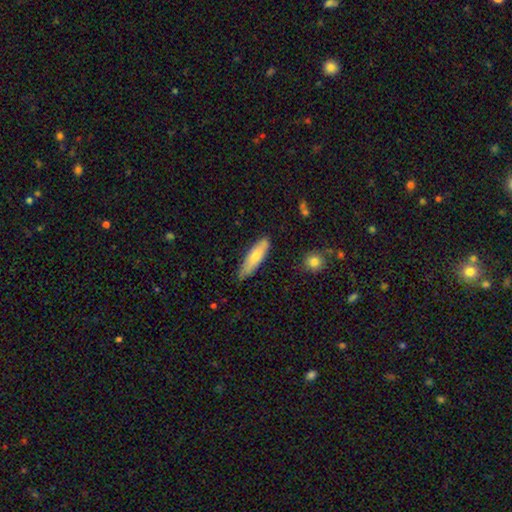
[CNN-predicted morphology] Smooth or featured? Predicted: smooth (p=0.71). How rounded? Predicted: cigar-shaped (p=0.61). Merging? Predicted: none (p=0.66).